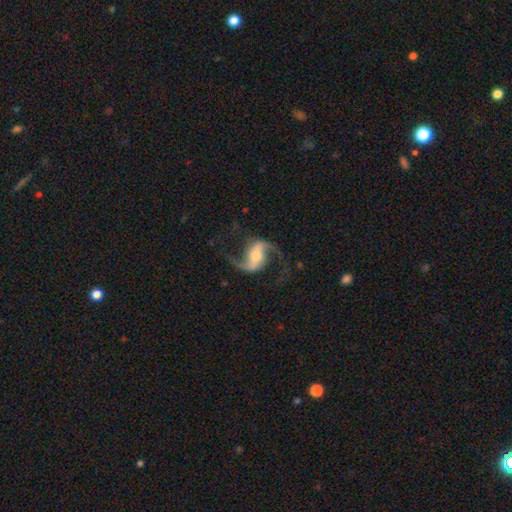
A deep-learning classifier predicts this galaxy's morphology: type=featured or disk (92%); edge-on=no (97%); bar=strong (44%); spiral arms=yes (98%); winding=loose (68%); arm count=2 (94%); bulge=moderate (56%); merging=none (78%).